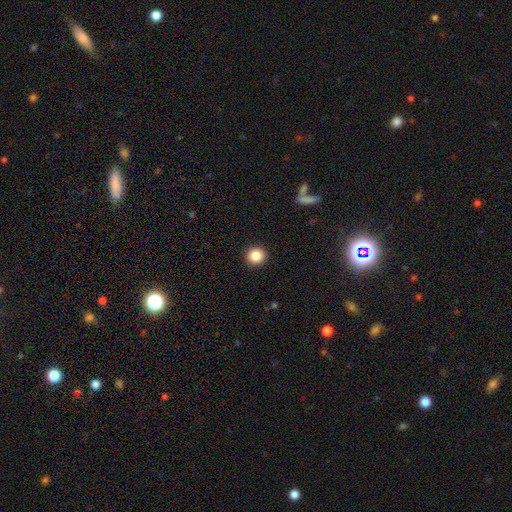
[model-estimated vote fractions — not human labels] A smooth galaxy with no disk features (87%) that is round (93%). Merging: none (92%).